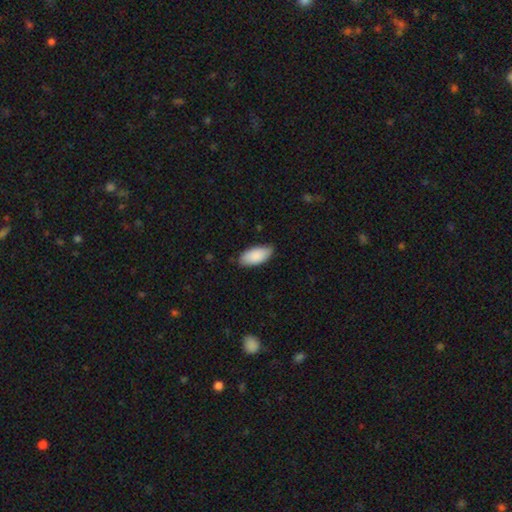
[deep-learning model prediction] Morphology: type=smooth (89%); roundness=in between (92%); merging=none (78%).